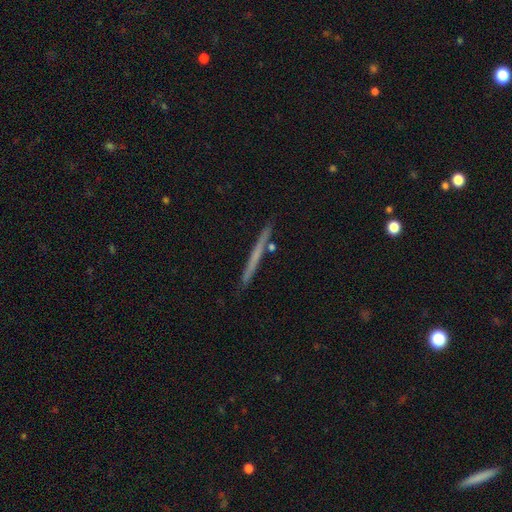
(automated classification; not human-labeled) featured or disk 47% (tied), smooth 47% (tied), star or artifact 6%. Down the decision tree: merging — none (89%).